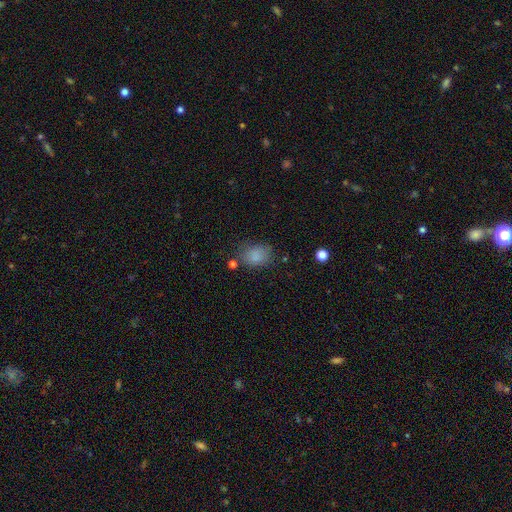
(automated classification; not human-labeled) Morphology: type=smooth (83%); roundness=in between (66%); merging=none (66%).